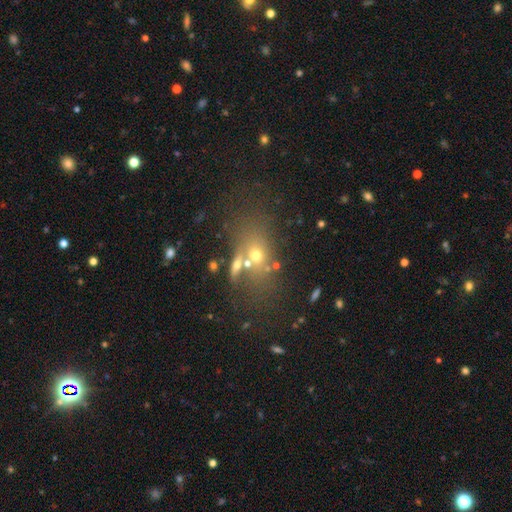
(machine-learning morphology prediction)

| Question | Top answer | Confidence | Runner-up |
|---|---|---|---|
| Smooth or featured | smooth | 53% | featured or disk (26%) |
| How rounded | in between | 62% | round (32%) |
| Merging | none | 48% | merger (29%) |